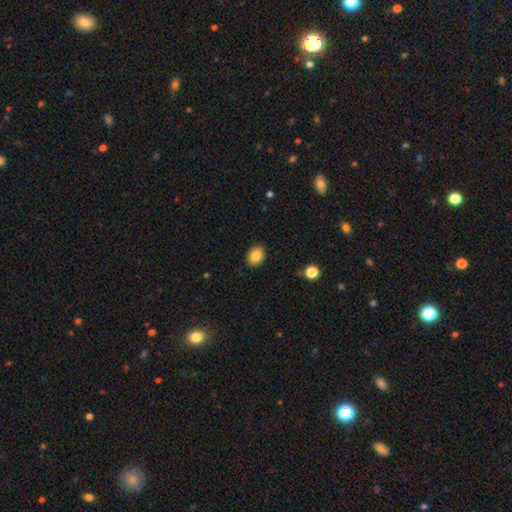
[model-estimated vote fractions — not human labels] Q: Smooth or featured?
A: smooth (84%); runner-up: star or artifact (9%)
Q: How rounded?
A: in between (62%); runner-up: round (37%)
Q: Merging?
A: none (86%); runner-up: minor disturbance (11%)